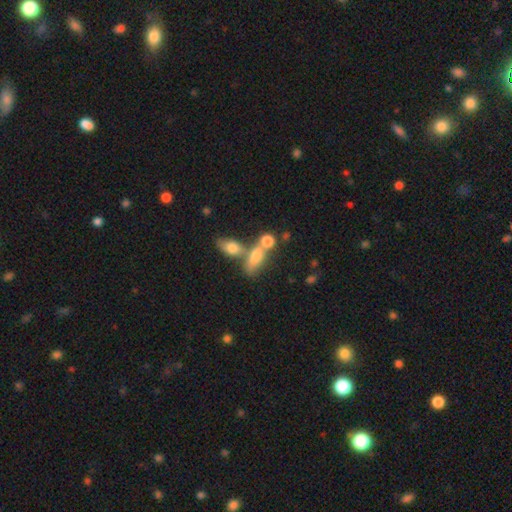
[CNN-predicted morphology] A smooth galaxy with no disk features (72%) that is in between round and cigar-shaped (69%).

Vote fractions:
- Smooth or featured? smooth: 72% / featured or disk: 17% / star or artifact: 10%
- How rounded? in between: 69% / cigar-shaped: 16% / round: 15%
- Merging? merger: 53% / none: 30% / minor disturbance: 10% / major disturbance: 7%